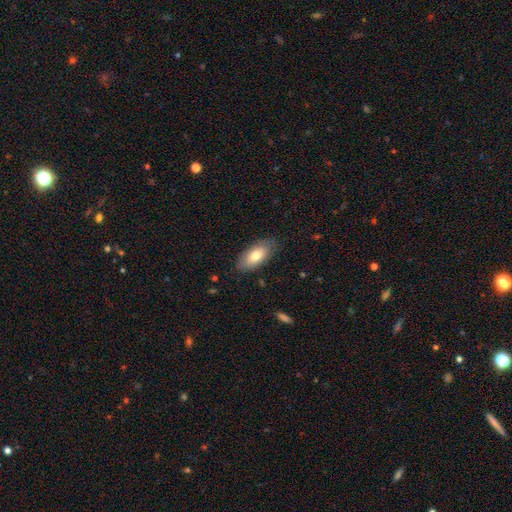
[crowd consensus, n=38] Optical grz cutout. It shows a smooth galaxy with no disk features (68%) that is in between round and cigar-shaped (92%). Merging: none (92%).